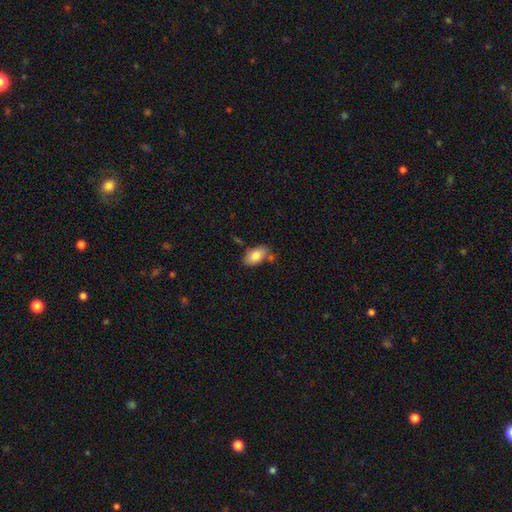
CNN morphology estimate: A smooth galaxy with no disk features (81%) that is in between round and cigar-shaped (92%).

Vote fractions:
- Smooth or featured? smooth: 81% / featured or disk: 12% / star or artifact: 7%
- How rounded? in between: 92% / round: 6% / cigar-shaped: 2%
- Merging? none: 69% / minor disturbance: 18% / merger: 9% / major disturbance: 4%